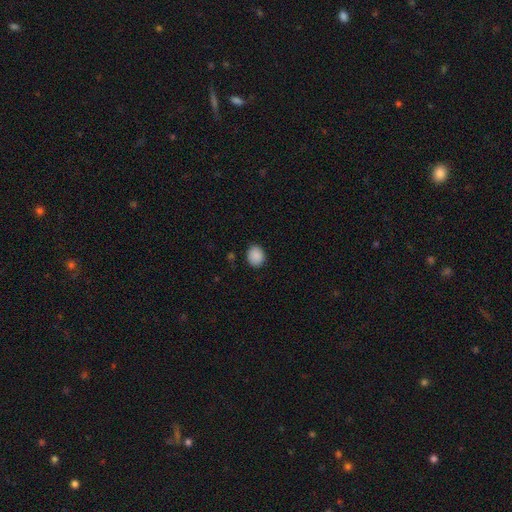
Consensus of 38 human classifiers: smooth 89%, star or artifact 8%, featured or disk 3%. Down the decision tree: how rounded — round (59%); merging — none (91%).